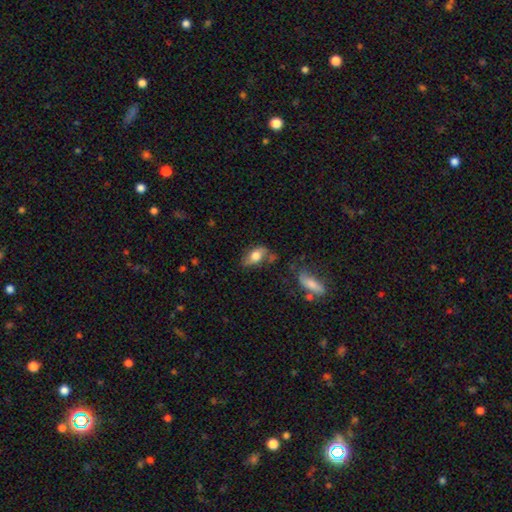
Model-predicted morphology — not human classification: Overall: smooth (63%; featured or disk 29%). How rounded: in between (87%). Merging: none (57%; minor disturbance 27%).